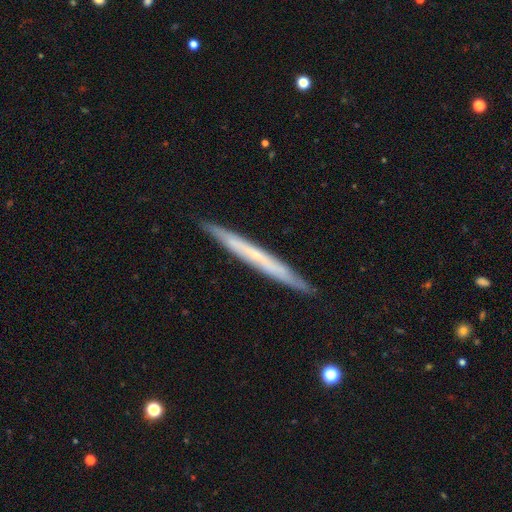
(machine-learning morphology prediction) Smooth or featured?
  - featured or disk: 57% *
  - smooth: 37%
  - star or artifact: 6%
Edge-on disk?
  - yes: 94% *
  - no: 6%
Edge-on bulge?
  - none: 83% *
  - rounded: 14%
  - boxy: 4%
Merging?
  - none: 89% *
  - minor disturbance: 8%
  - major disturbance: 1%
  - merger: 1%